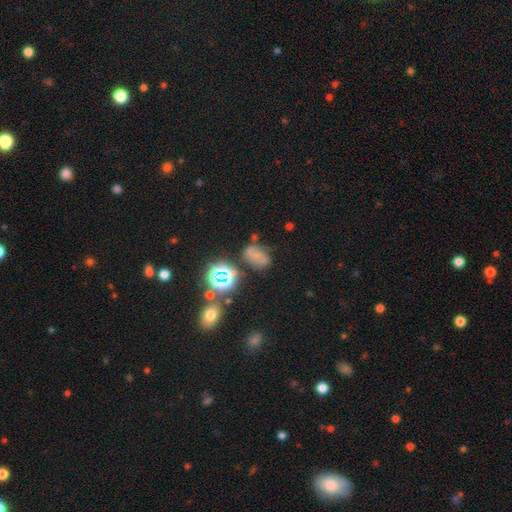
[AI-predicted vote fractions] Smooth or featured?
  - smooth: 48% *
  - star or artifact: 30%
  - featured or disk: 23%
Merging?
  - none: 51% *
  - minor disturbance: 25%
  - major disturbance: 14%
  - merger: 10%